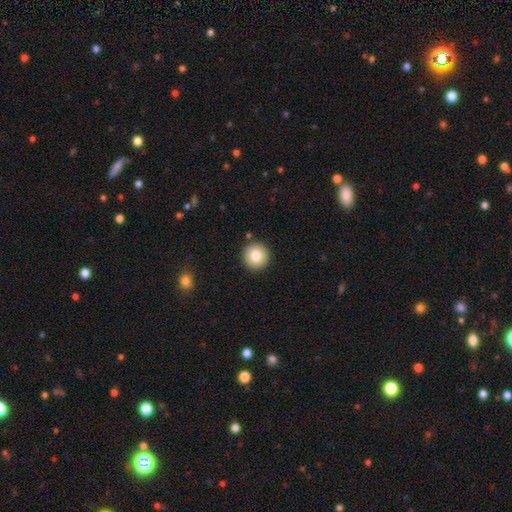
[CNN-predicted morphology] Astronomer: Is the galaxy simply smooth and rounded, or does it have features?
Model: smooth — 80%.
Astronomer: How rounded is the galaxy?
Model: round — 96%.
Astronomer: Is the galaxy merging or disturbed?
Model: none — 90%.